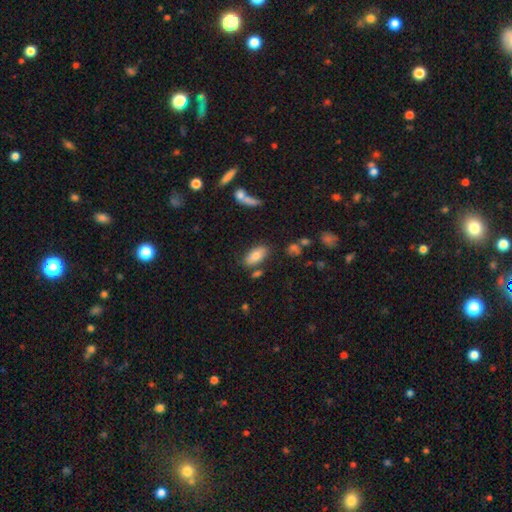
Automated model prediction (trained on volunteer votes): This appears to be a smooth galaxy with no disk features (79%) that is in between round and cigar-shaped (91%). Merging: none (75%).